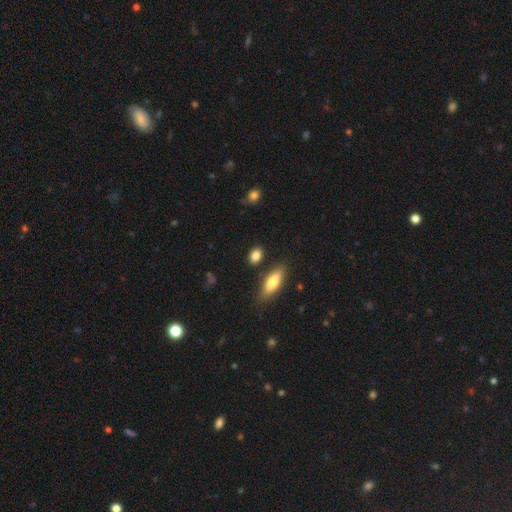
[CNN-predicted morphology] Q: Smooth or featured?
A: smooth (85%); runner-up: star or artifact (8%)
Q: How rounded?
A: in between (72%); runner-up: round (22%)
Q: Merging?
A: none (80%); runner-up: minor disturbance (11%)